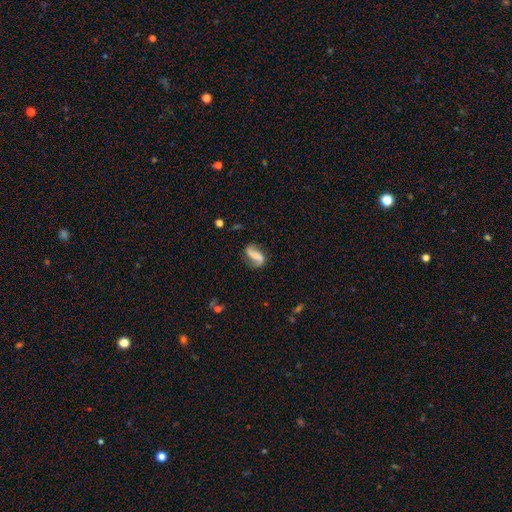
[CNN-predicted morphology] type=featured or disk (68%); edge-on=no (95%); bar=strong (40%); spiral arms=yes (91%); winding=loose (76%); arm count=2 (89%); bulge=none (42%); merging=none (70%).